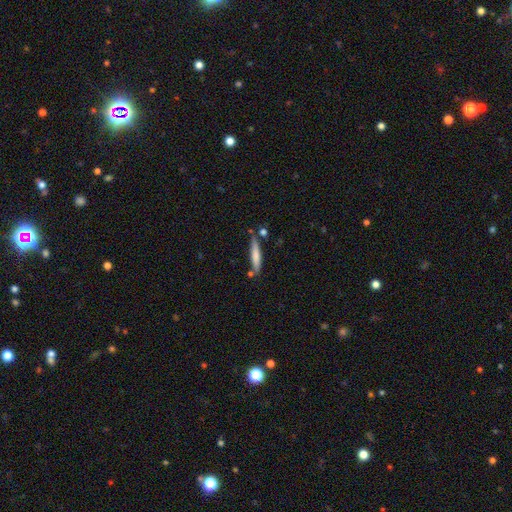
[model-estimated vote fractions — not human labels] smooth 66%, featured or disk 28%, star or artifact 6%. Down the decision tree: how rounded — cigar-shaped (90%); merging — none (75%).